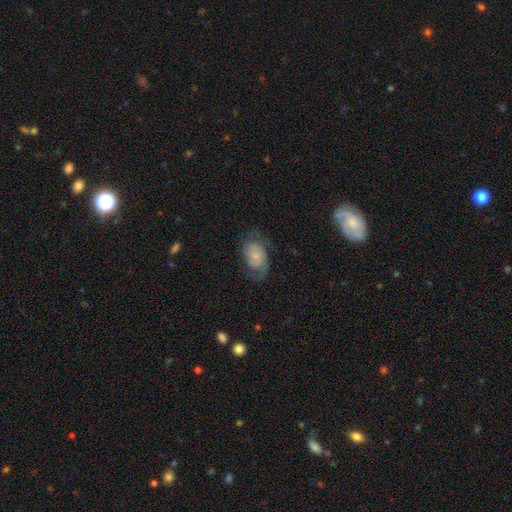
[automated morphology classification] A featured or disk galaxy (62%) with no bar (72%), 2 (78%) medium (44%) spiral arms (87%) and a small central bulge (63%). Merging: none (62%).